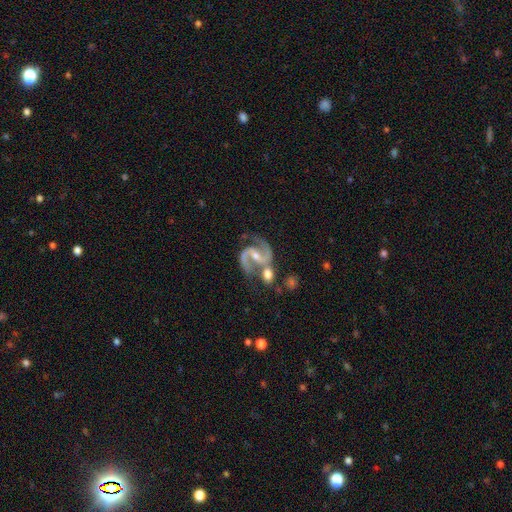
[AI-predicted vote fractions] Smooth or featured: featured or disk — 93% (star or artifact — 4%)
Edge-on disk: no — 98% (yes — 2%)
Bar: strong — 42% (weak — 38%)
Spiral arms: yes — 98% (no — 2%)
Spiral winding: medium — 65% (loose — 20%)
Spiral arm count: 2 — 94% (1 — 1%)
Bulge size: small — 51% (moderate — 44%)
Merging: none — 56% (merger — 20%)